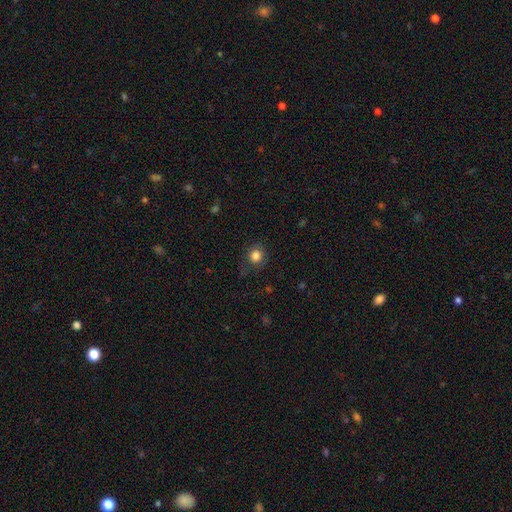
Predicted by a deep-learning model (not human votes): Morphology: type=smooth (82%); roundness=round (81%); merging=none (78%).